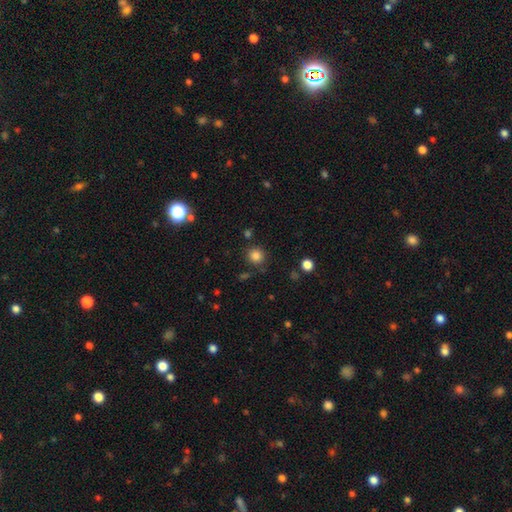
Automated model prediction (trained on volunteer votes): Overall: smooth (83%). How rounded: round (91%). Merging: none (84%).